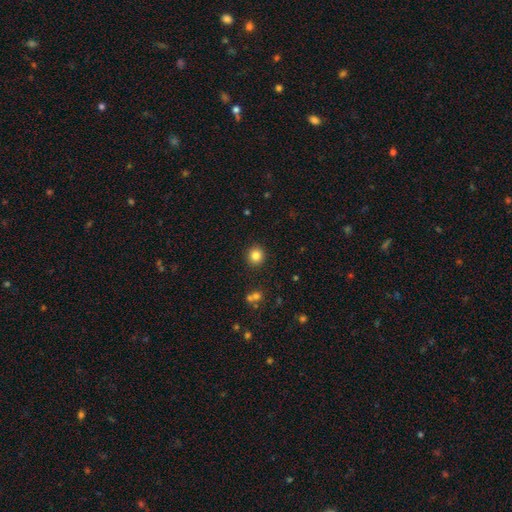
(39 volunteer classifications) smooth_or_featured: smooth (p=0.82) [alt: star or artifact p=0.10]
how_rounded: round (p=0.91) [alt: in between p=0.09]
merging: none (p=0.83) [alt: minor disturbance p=0.11]